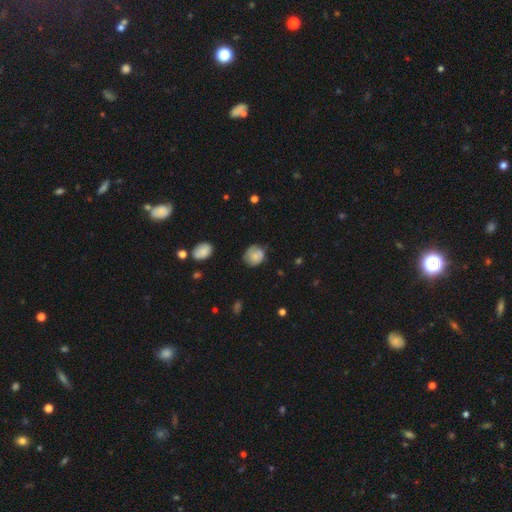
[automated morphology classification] Smooth or featured: smooth — 68% (featured or disk — 23%)
How rounded: round — 74% (in between — 25%)
Merging: none — 62% (minor disturbance — 28%)